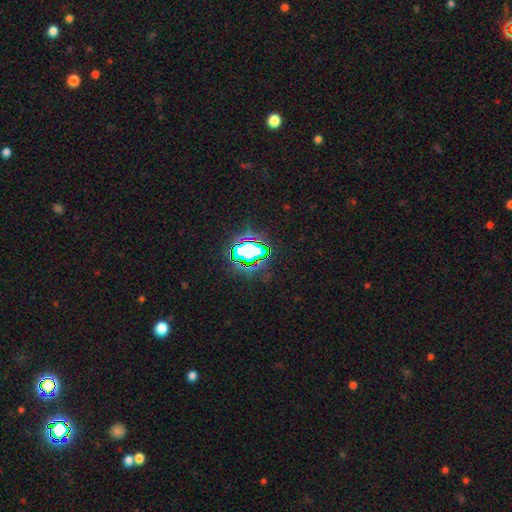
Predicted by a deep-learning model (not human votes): smooth-or-featured: star or artifact: 73% | smooth: 17% | featured or disk: 11%